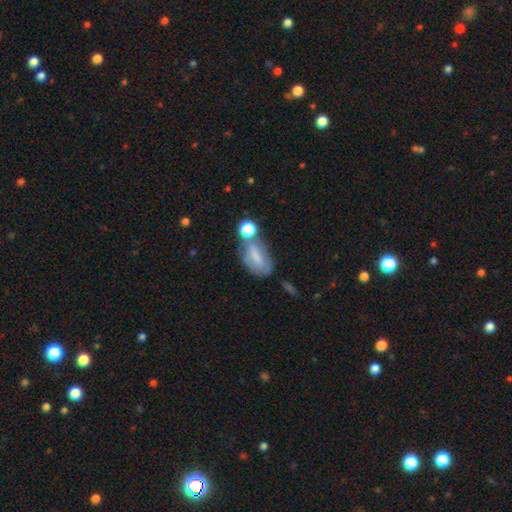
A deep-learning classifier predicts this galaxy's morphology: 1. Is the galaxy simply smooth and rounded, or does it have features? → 57% smooth, 32% featured or disk, 11% star or artifact.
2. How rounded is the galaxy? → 80% in between, 12% cigar-shaped, 8% round.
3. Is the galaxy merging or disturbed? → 38% none, 24% merger, 24% minor disturbance, 14% major disturbance.